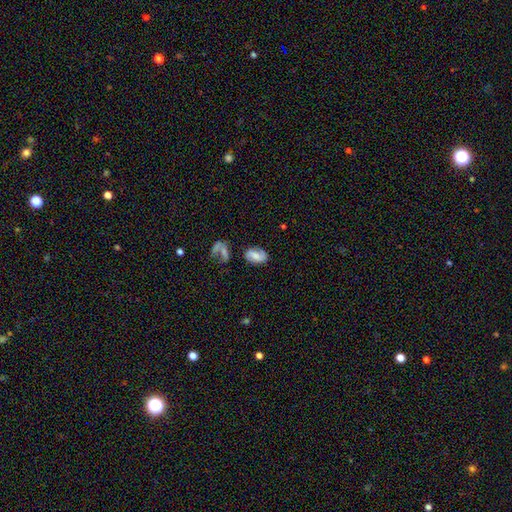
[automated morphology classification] Q: Smooth or featured?
A: smooth (46%); runner-up: featured or disk (45%)
Q: Merging?
A: none (68%); runner-up: minor disturbance (17%)